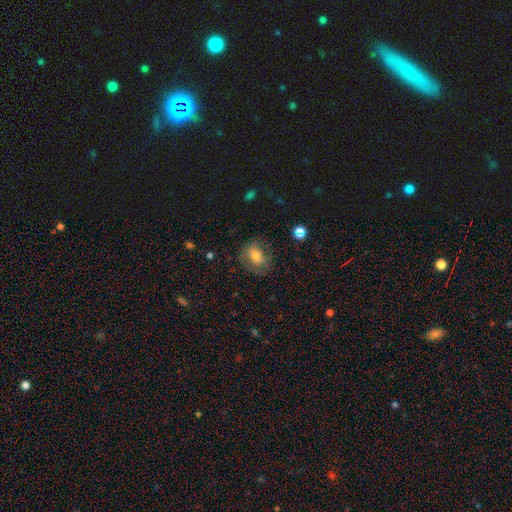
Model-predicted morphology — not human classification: Overall: smooth (61%; featured or disk 28%). How rounded: in between (52%; round 47%). Merging: none (70%).